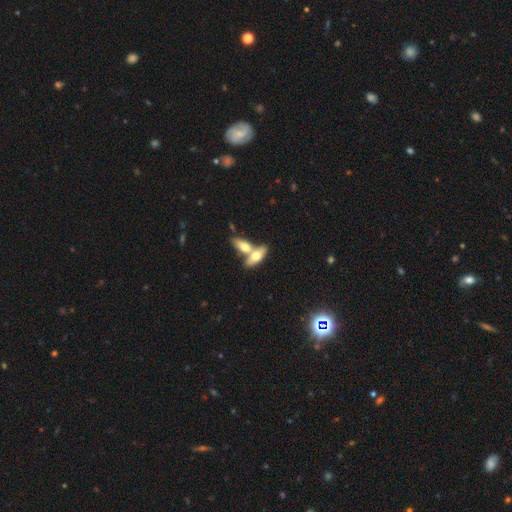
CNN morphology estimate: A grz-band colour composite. It shows a smooth galaxy with no disk features (60%) that is in between round and cigar-shaped (71%). Merging: merger (60%).